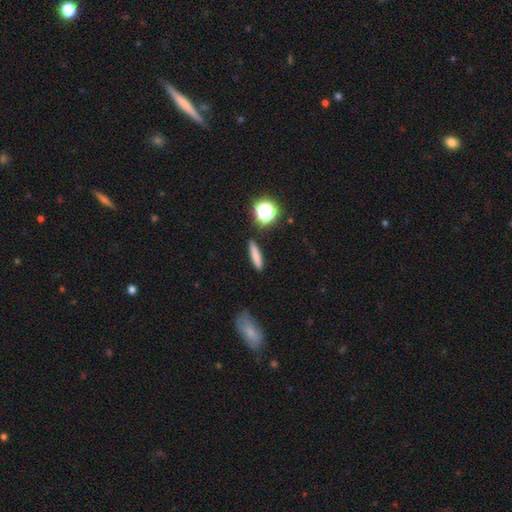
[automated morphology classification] A smooth galaxy with no disk features (79%) that is cigar-shaped (83%).

Vote fractions:
- Smooth or featured? smooth: 79% / star or artifact: 11% / featured or disk: 11%
- How rounded? cigar-shaped: 83% / in between: 12% / round: 5%
- Merging? none: 88% / minor disturbance: 8% / major disturbance: 2% / merger: 2%